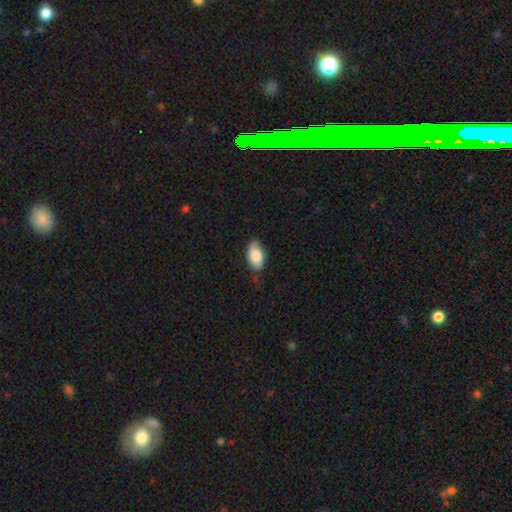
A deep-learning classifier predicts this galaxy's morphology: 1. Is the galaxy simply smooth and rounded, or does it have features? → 83% smooth, 10% featured or disk, 6% star or artifact.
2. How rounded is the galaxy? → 93% in between, 4% round, 3% cigar-shaped.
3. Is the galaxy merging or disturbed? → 68% none, 26% minor disturbance, 4% major disturbance, 2% merger.